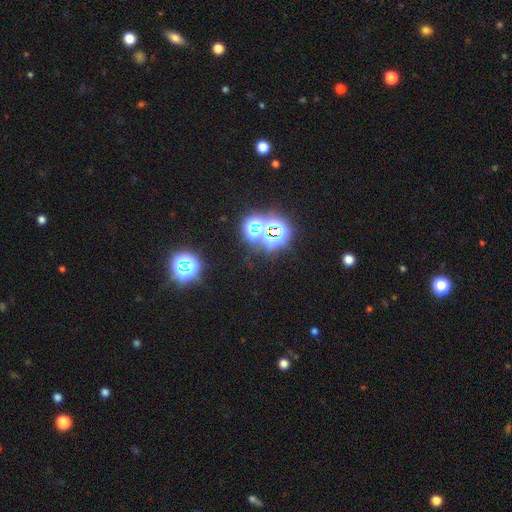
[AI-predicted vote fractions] A star or artifact, not a galaxy (77%).

Vote fractions:
- Smooth or featured? star or artifact: 77% / smooth: 16% / featured or disk: 7%